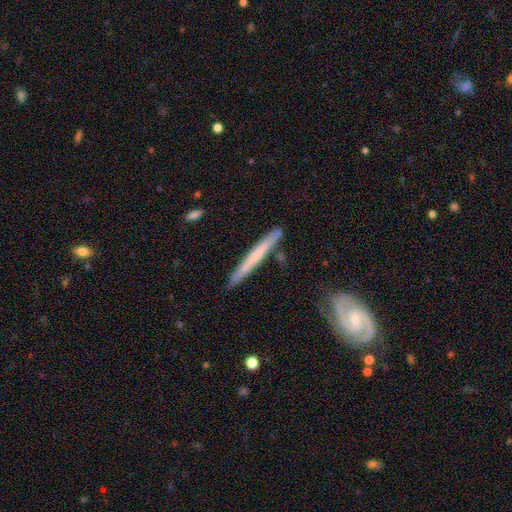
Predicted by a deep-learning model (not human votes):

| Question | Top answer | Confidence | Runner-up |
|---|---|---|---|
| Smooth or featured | featured or disk | 50% | smooth (45%) |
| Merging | none | 85% | minor disturbance (11%) |